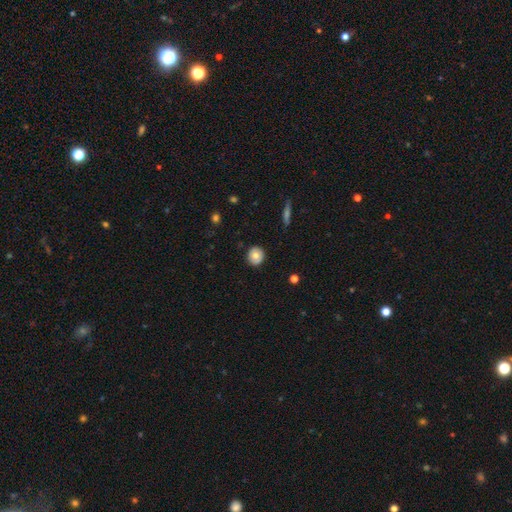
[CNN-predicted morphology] type=smooth (73%); roundness=round (90%); merging=none (89%).